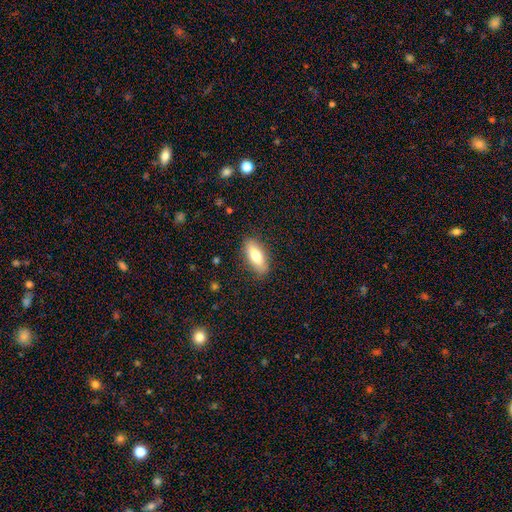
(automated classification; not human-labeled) Morphology: type=smooth (76%); roundness=in between (77%); merging=none (85%).